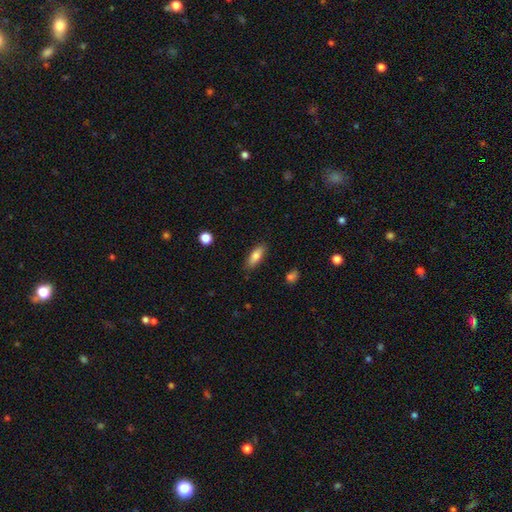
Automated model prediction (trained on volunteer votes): Smooth or featured? smooth (77%)
How rounded? in between (68%)
Merging? none (85%)